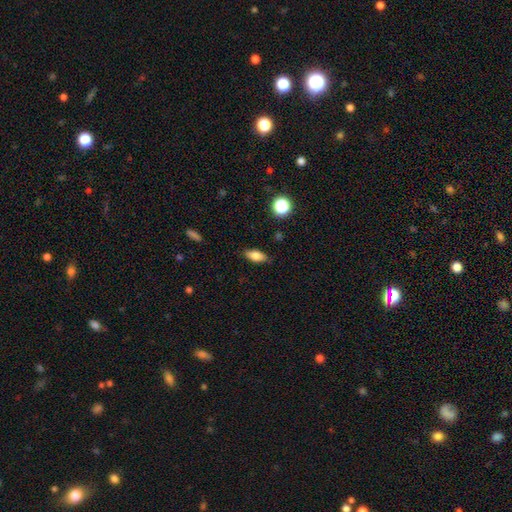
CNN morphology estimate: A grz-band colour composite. It shows a smooth galaxy with no disk features (79%) that is in between round and cigar-shaped (82%). Merging: none (85%).